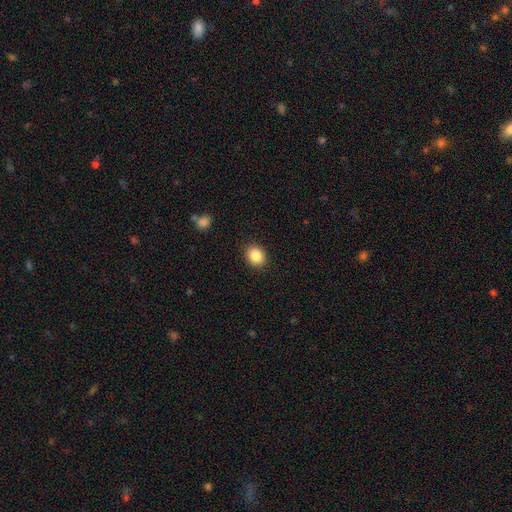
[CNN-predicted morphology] Smooth or featured: smooth — 86% (star or artifact — 9%)
How rounded: round — 57% (in between — 42%)
Merging: none — 90% (minor disturbance — 7%)